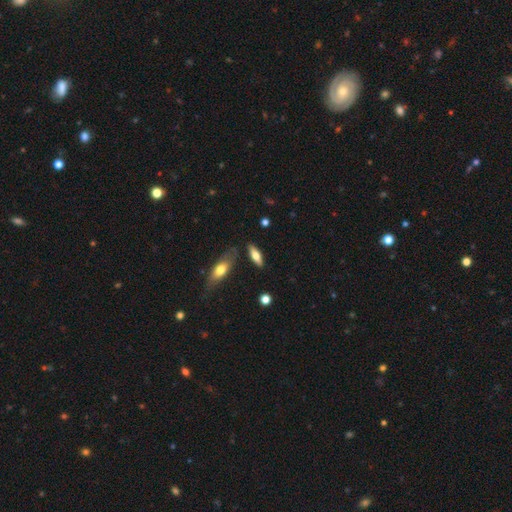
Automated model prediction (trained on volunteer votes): This is likely a smooth galaxy (61%). How rounded: possibly in between (55%). Merging: likely none (78%).